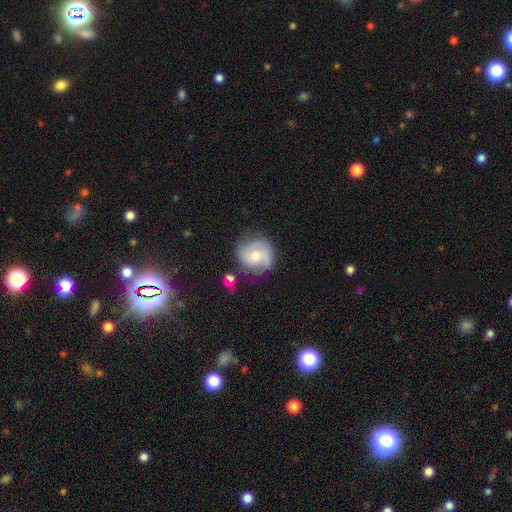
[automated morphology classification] This is likely a featured or disk galaxy (66%). It is clearly not viewed edge-on (98%). Bar: possibly no (59%). Spiral arm pattern: clearly yes (88%). Spiral arm count: likely 2 (67%). Spiral winding: marginally medium (45%). Central bulge: likely moderate (66%). Merging: likely none (66%).